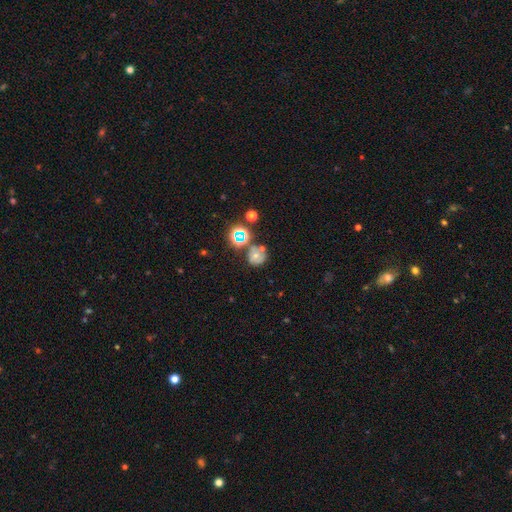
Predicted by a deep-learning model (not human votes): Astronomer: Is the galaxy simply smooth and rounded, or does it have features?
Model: smooth — 49% (runner-up: star or artifact, 28%).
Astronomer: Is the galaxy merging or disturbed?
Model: none — 55%.